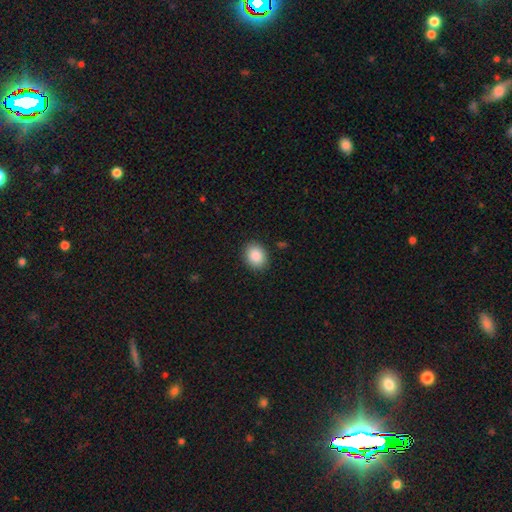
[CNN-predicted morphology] Smooth or featured: smooth — 89% (star or artifact — 8%)
How rounded: round — 54% (in between — 45%)
Merging: none — 89% (minor disturbance — 8%)